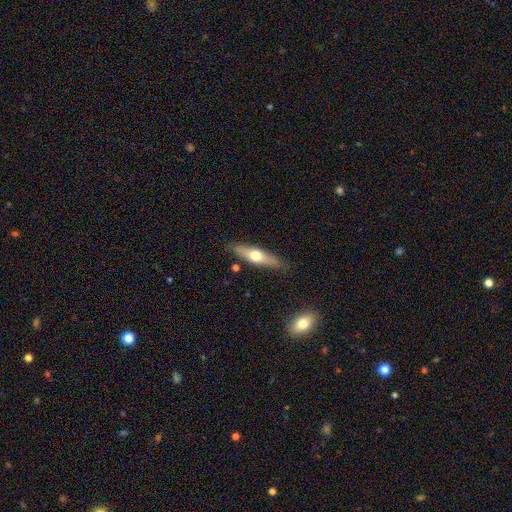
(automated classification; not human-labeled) Overall: featured or disk (49%; smooth 45%). Merging: none (85%).